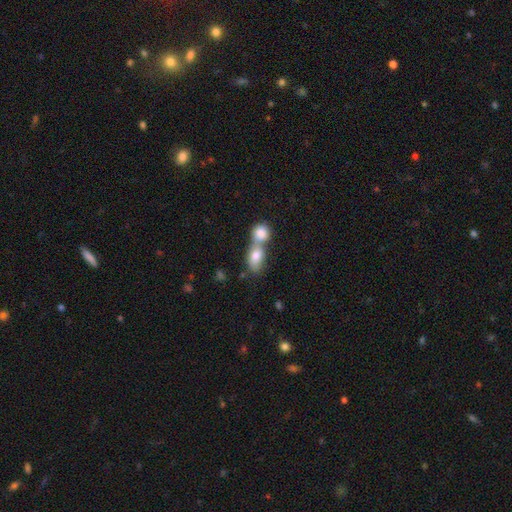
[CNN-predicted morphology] smooth 80%, featured or disk 13%, star or artifact 7%. Down the decision tree: how rounded — in between (73%); merging — merger (70%).